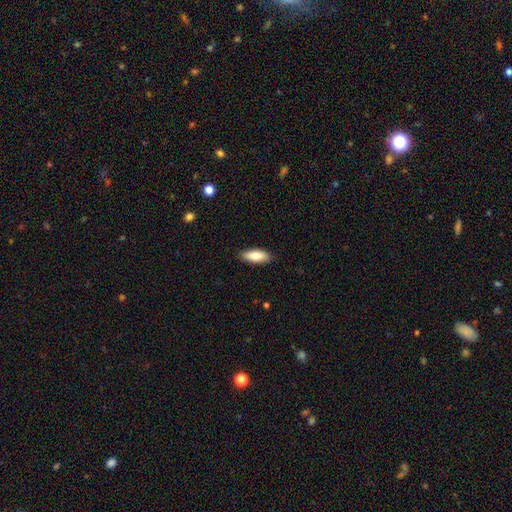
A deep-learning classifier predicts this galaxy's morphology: smooth 83%, featured or disk 11%, star or artifact 6%. Down the decision tree: how rounded — in between (72%); merging — none (88%).